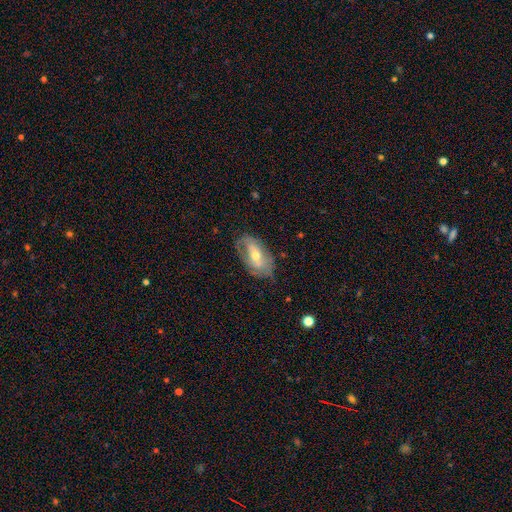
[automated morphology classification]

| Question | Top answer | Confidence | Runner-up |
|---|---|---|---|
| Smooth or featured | featured or disk | 57% | smooth (36%) |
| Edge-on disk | no | 90% | yes (10%) |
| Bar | no | 52% | weak (31%) |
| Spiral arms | yes | 60% | no (40%) |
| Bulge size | moderate | 61% | small (32%) |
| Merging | none | 60% | minor disturbance (27%) |